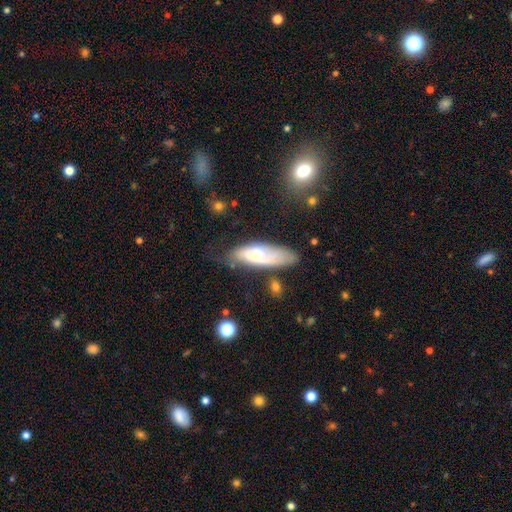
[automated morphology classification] smooth_or_featured: featured or disk (p=0.50) [alt: smooth p=0.43]
merging: none (p=0.51) [alt: minor disturbance p=0.27]